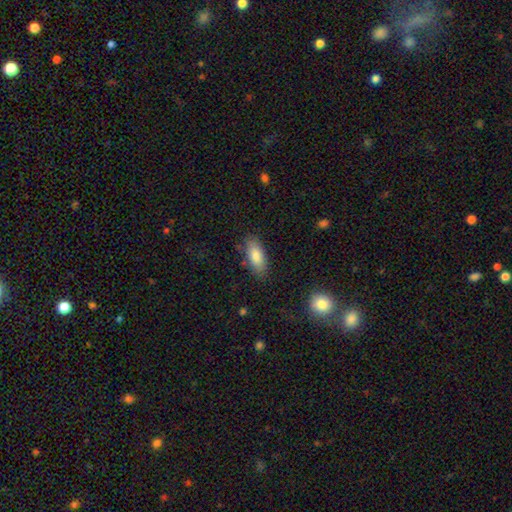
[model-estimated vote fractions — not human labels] Morphology: type=smooth (83%); roundness=in between (79%); merging=none (82%).